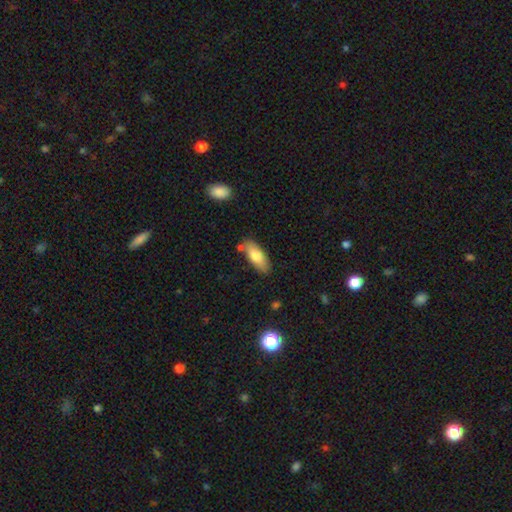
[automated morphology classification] The model was most divided on "how rounded": in between: 74%, cigar-shaped: 24%, round: 2%. More confident: merging — none (76%); smooth or featured — smooth (75%).